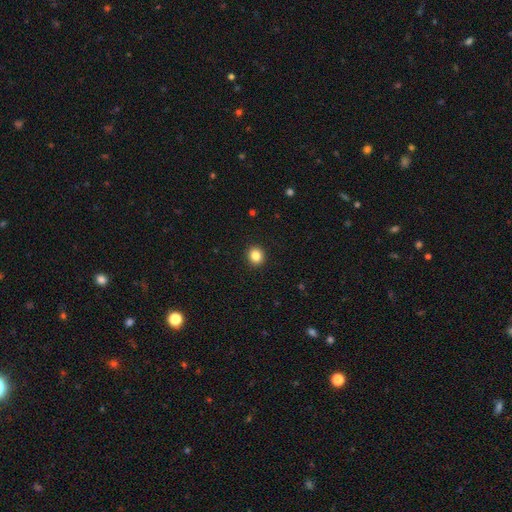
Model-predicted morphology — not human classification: Overall: smooth (85%). How rounded: round (86%). Merging: none (93%).